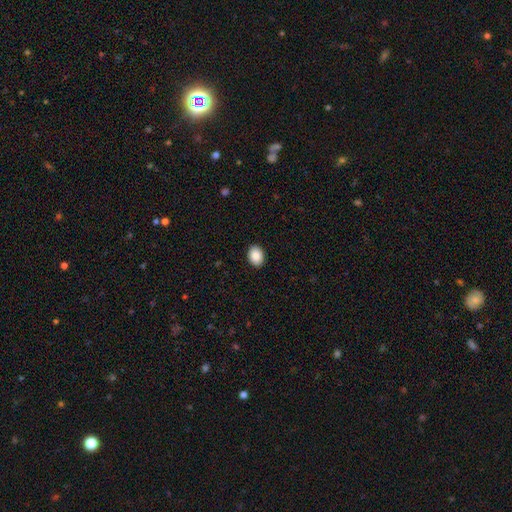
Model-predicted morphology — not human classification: A smooth galaxy with no disk features (89%) that is in between round and cigar-shaped (69%).

Vote fractions:
- Smooth or featured? smooth: 89% / star or artifact: 7% / featured or disk: 3%
- How rounded? in between: 69% / round: 30% / cigar-shaped: 1%
- Merging? none: 91% / minor disturbance: 6% / major disturbance: 2% / merger: 1%